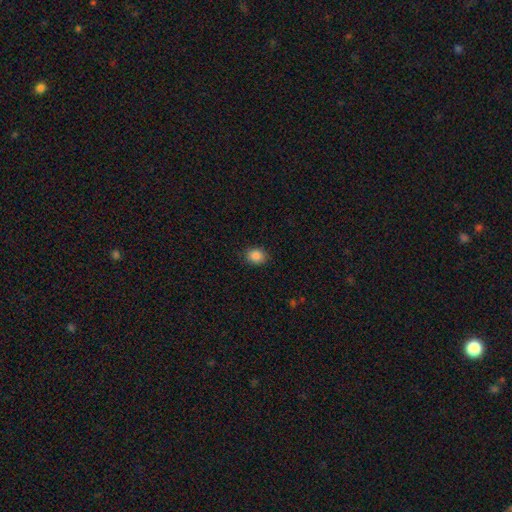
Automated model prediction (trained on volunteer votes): smooth 87%, star or artifact 10%, featured or disk 4%. Down the decision tree: how rounded — round (52%); merging — none (87%).